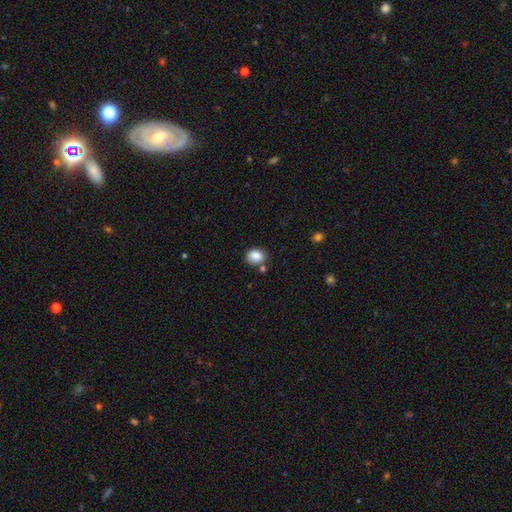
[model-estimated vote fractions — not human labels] Smooth or featured? Predicted: smooth (p=0.87). How rounded? Predicted: in between (p=0.51). Merging? Predicted: none (p=0.73).